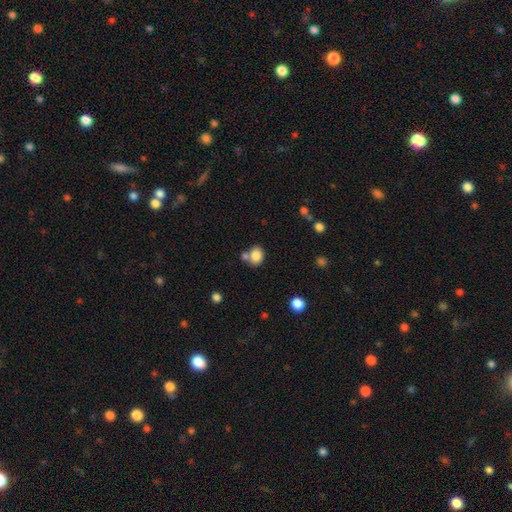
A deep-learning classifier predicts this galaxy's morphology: Overall: smooth (83%). How rounded: round (53%; in between 46%). Merging: none (57%; merger 27%).